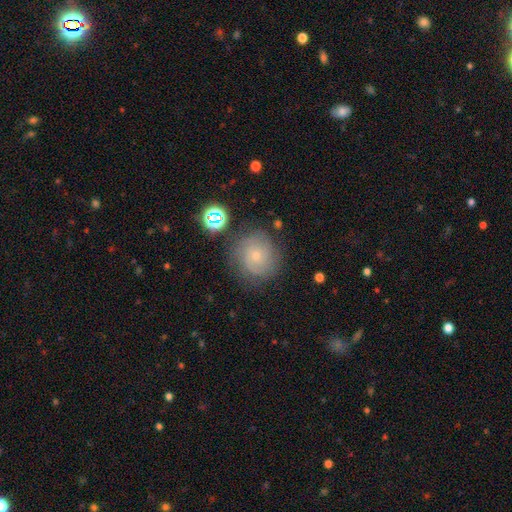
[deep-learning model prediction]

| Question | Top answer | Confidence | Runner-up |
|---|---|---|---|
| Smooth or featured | featured or disk | 58% | smooth (30%) |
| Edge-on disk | no | 97% | yes (3%) |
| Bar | no | 81% | weak (16%) |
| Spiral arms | yes | 88% | no (12%) |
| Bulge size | small | 76% | moderate (19%) |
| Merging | none | 77% | minor disturbance (15%) |